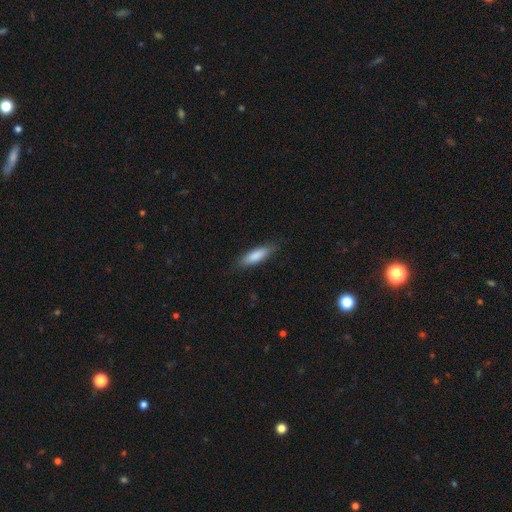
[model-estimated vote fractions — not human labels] The model was most divided on "how rounded": cigar-shaped: 56%, in between: 42%, round: 1%. More confident: smooth or featured — smooth (85%); merging — none (83%).